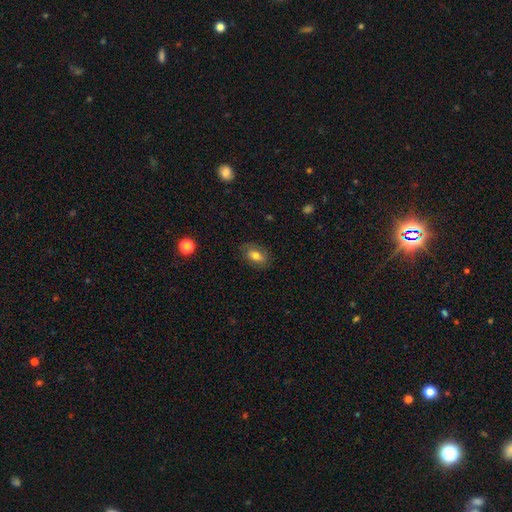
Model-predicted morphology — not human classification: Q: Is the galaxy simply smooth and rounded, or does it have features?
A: smooth — 69%.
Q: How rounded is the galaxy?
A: in between — 85%.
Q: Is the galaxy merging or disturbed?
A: none — 82%.